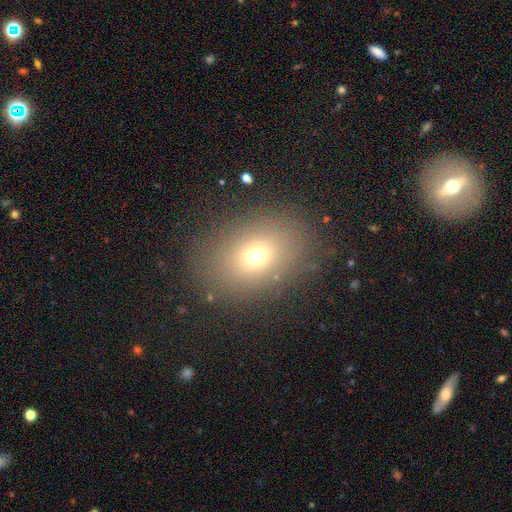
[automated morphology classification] smooth-or-featured: smooth: 69% | star or artifact: 18% | featured or disk: 13%
  how-rounded: in between: 66% | round: 33% | cigar-shaped: 1%
  merging: none: 83% | minor disturbance: 10% | major disturbance: 6% | merger: 2%